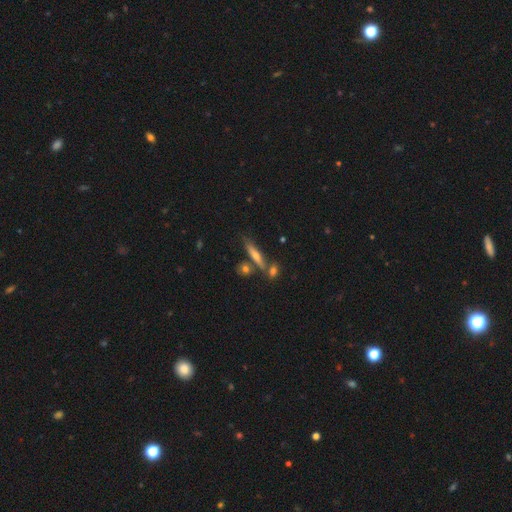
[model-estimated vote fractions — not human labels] Overall: featured or disk (51%; smooth 39%). Edge-on disk: yes (91%). Merging: none (70%).